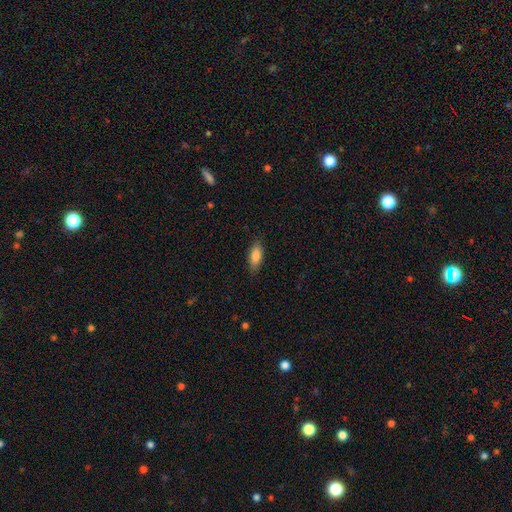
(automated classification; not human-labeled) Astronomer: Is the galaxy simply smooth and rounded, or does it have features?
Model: smooth — 84%.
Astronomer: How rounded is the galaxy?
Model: in between — 75%.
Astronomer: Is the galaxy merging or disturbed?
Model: none — 85%.